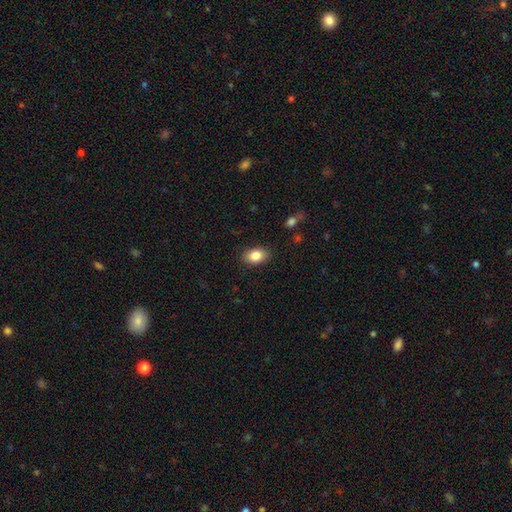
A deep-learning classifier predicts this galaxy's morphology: A smooth galaxy with no disk features (85%) that is in between round and cigar-shaped (84%).

Vote fractions:
- Smooth or featured? smooth: 85% / star or artifact: 8% / featured or disk: 7%
- How rounded? in between: 84% / round: 14% / cigar-shaped: 1%
- Merging? none: 86% / minor disturbance: 10% / major disturbance: 3% / merger: 1%